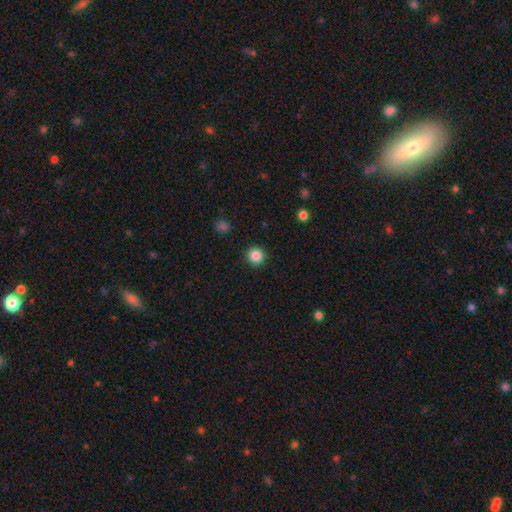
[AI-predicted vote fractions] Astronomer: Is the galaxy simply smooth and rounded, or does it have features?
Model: smooth — 86%.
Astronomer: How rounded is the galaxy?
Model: round — 95%.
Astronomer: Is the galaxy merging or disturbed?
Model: none — 92%.